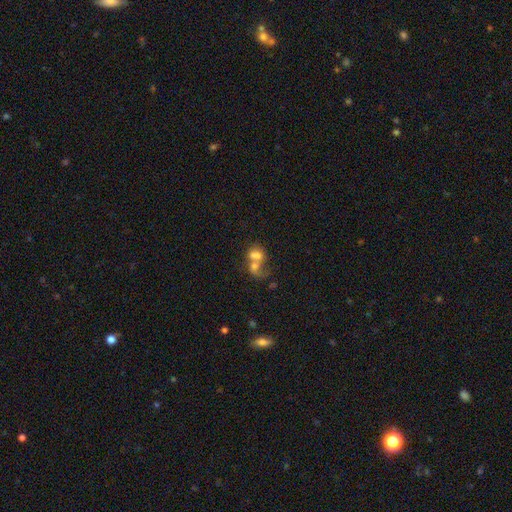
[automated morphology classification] This is possibly a smooth galaxy (56%). How rounded: possibly in between (57%). Merging: likely merger (76%).